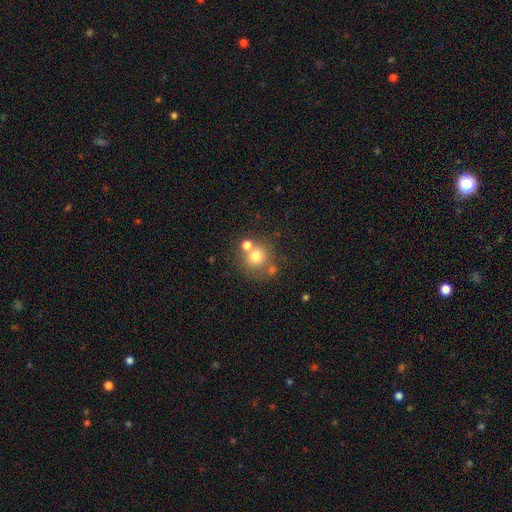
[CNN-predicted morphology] Smooth or featured?
  - smooth: 72% *
  - star or artifact: 14%
  - featured or disk: 14%
How rounded?
  - round: 91% *
  - in between: 8%
  - cigar-shaped: 1%
Merging?
  - none: 62% *
  - merger: 24%
  - minor disturbance: 10%
  - major disturbance: 4%